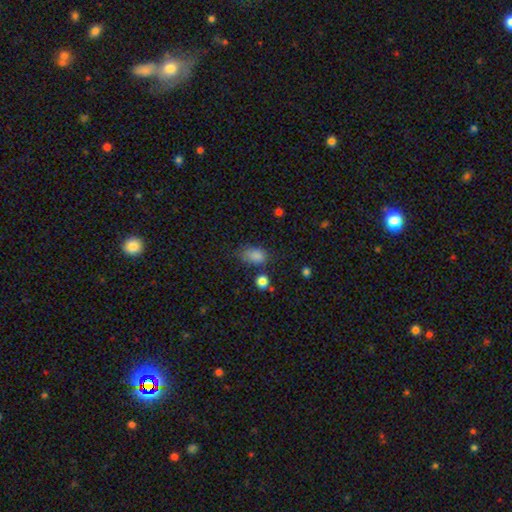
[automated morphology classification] Overall: smooth (83%). How rounded: in between (82%). Merging: none (52%; minor disturbance 31%).